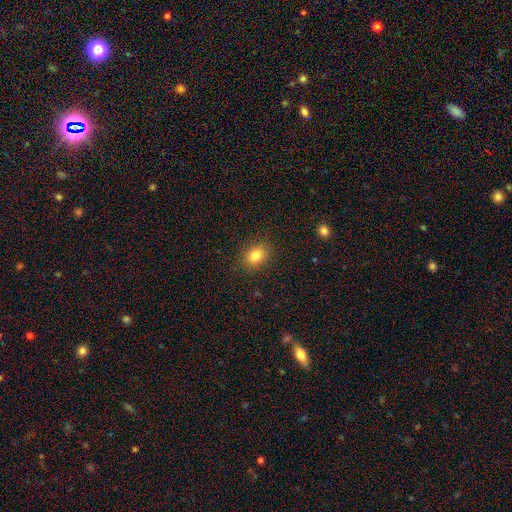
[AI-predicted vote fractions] A smooth galaxy with no disk features (83%) that is in between round and cigar-shaped (61%). Merging: none (87%).